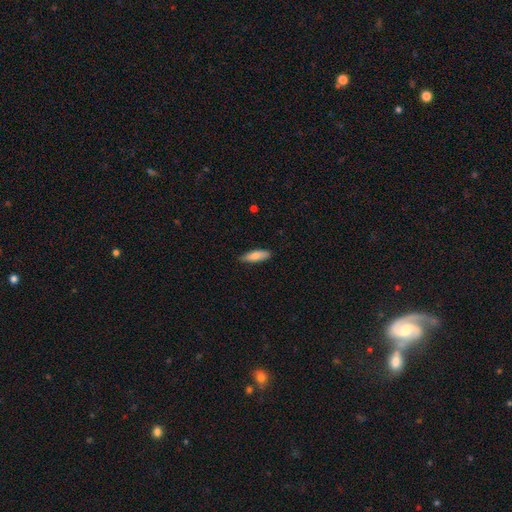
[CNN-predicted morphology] A smooth galaxy with no disk features (82%) that is in between round and cigar-shaped (52%).

Vote fractions:
- Smooth or featured? smooth: 82% / featured or disk: 13% / star or artifact: 6%
- How rounded? in between: 52% / cigar-shaped: 46% / round: 2%
- Merging? none: 83% / minor disturbance: 14% / major disturbance: 2% / merger: 1%